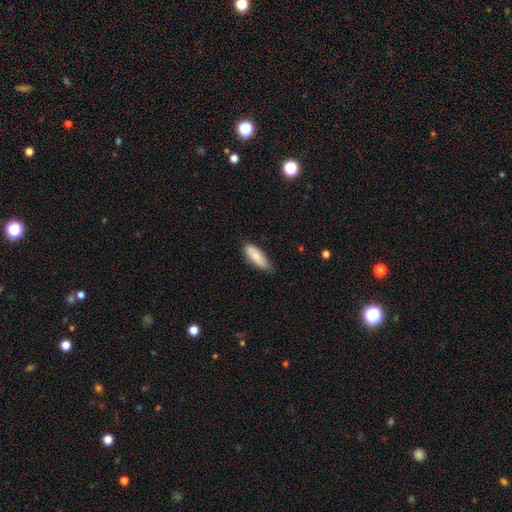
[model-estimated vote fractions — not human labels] This is likely a smooth galaxy (79%). How rounded: likely in between (69%). Merging: likely none (71%).